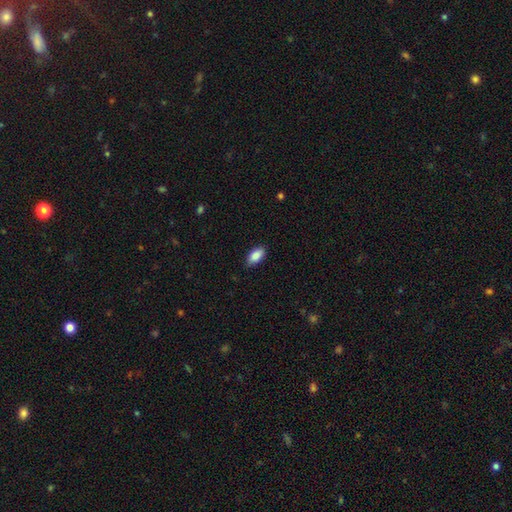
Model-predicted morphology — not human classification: Smooth or featured: smooth — 87% (star or artifact — 7%)
How rounded: in between — 91% (cigar-shaped — 6%)
Merging: none — 84% (minor disturbance — 13%)